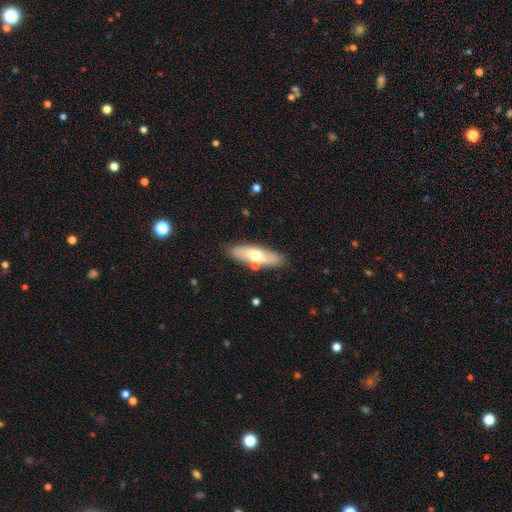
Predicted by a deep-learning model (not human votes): Smooth or featured? Predicted: smooth (p=0.59). How rounded? Predicted: in between (p=0.52). Merging? Predicted: none (p=0.80).